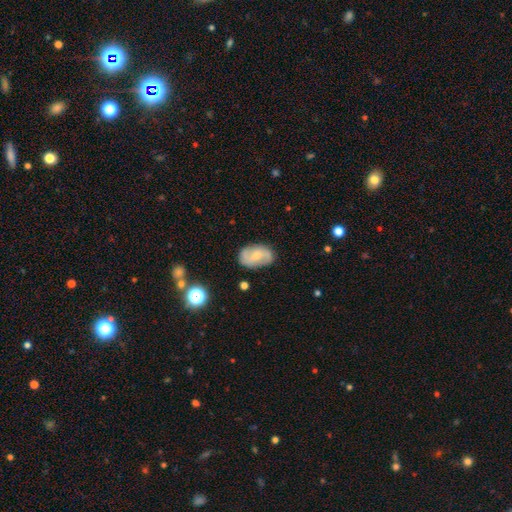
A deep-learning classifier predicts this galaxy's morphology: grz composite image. It shows a featured or disk galaxy (51%). Merging: none (76%).